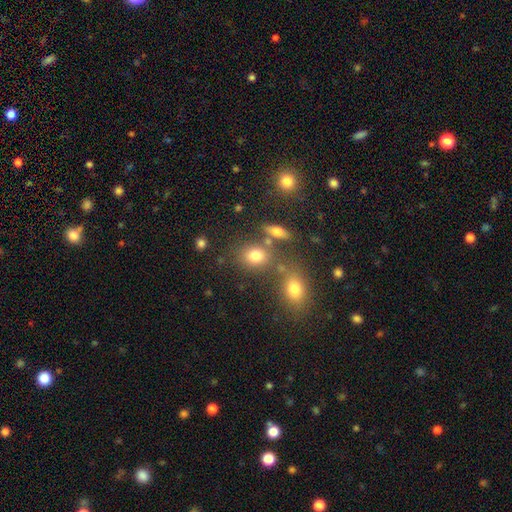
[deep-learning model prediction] Smooth or featured?
  - smooth: 75% *
  - star or artifact: 14%
  - featured or disk: 11%
How rounded?
  - in between: 50% *
  - round: 48%
  - cigar-shaped: 2%
Merging?
  - none: 63% *
  - merger: 20%
  - minor disturbance: 12%
  - major disturbance: 6%